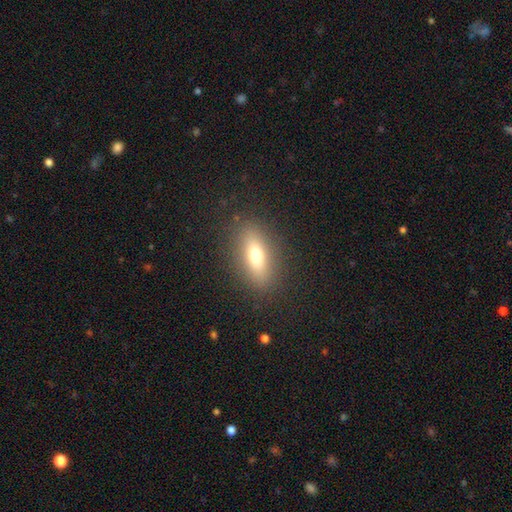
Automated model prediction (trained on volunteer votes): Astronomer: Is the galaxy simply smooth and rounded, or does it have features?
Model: smooth — 67%.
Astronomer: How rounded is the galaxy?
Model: in between — 70%.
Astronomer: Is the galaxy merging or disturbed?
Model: none — 86%.